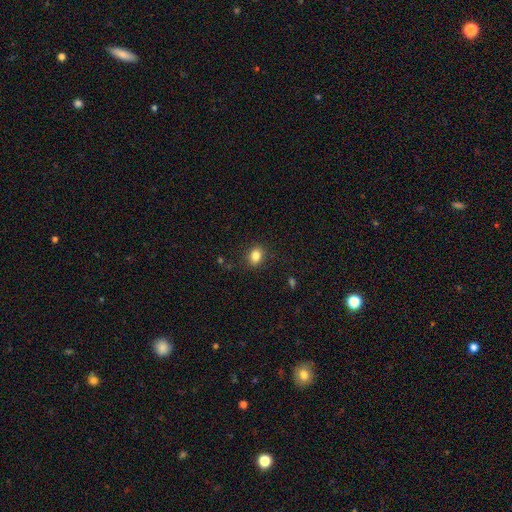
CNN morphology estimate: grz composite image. It shows a smooth galaxy with no disk features (84%) that is in between round and cigar-shaped (63%). Merging: none (87%).